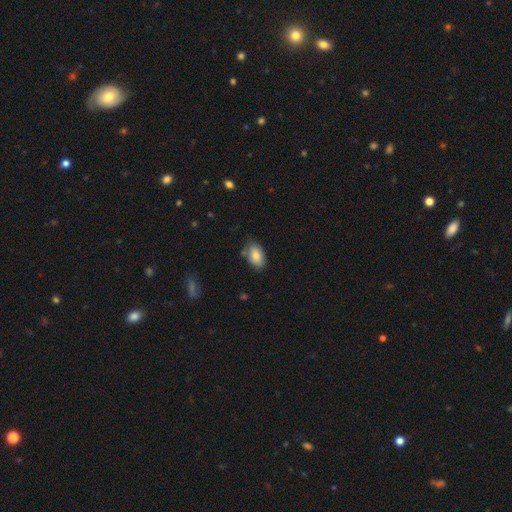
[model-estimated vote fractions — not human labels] Q: Smooth or featured?
A: smooth (83%); runner-up: featured or disk (10%)
Q: How rounded?
A: in between (92%); runner-up: round (7%)
Q: Merging?
A: none (70%); runner-up: minor disturbance (21%)